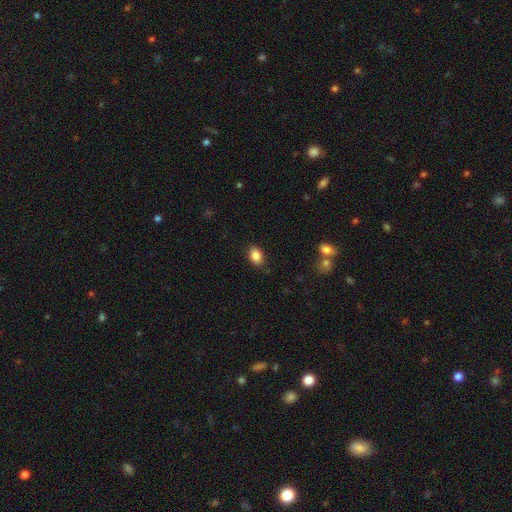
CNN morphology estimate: Overall: smooth (86%). How rounded: in between (80%). Merging: none (83%).